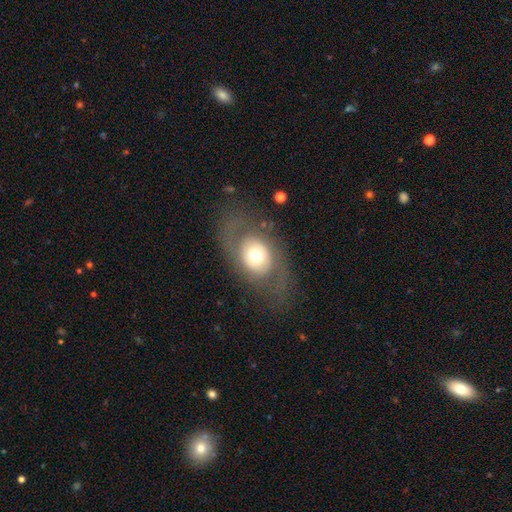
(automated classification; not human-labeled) Overall: smooth (48%; featured or disk 43%). Merging: none (71%).